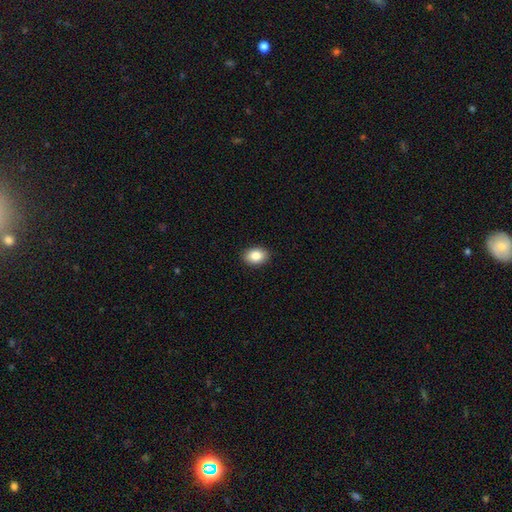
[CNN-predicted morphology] smooth-or-featured: smooth: 86% | star or artifact: 8% | featured or disk: 6%
  how-rounded: in between: 74% | round: 25% | cigar-shaped: 1%
  merging: none: 90% | minor disturbance: 7% | major disturbance: 2% | merger: 1%